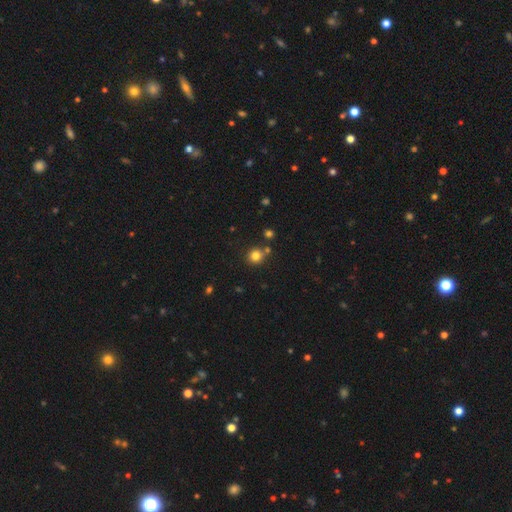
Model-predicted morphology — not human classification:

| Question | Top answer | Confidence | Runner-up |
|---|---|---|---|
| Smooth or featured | smooth | 80% | star or artifact (14%) |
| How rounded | round | 89% | in between (10%) |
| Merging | none | 74% | merger (14%) |